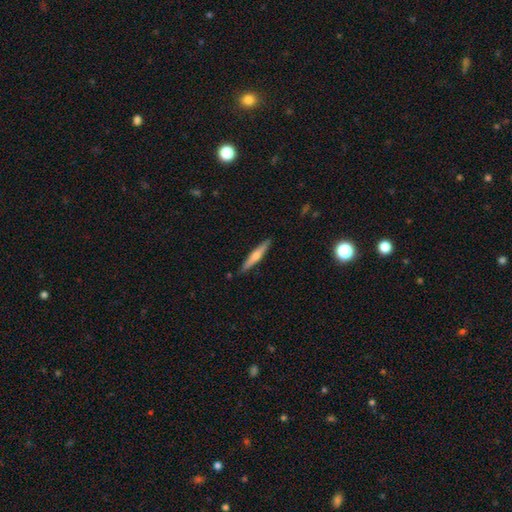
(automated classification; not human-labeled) smooth-or-featured: featured or disk: 50% | smooth: 44% | star or artifact: 6%
  disk-edge-on: yes: 96% | no: 4%
  merging: none: 90% | minor disturbance: 7% | major disturbance: 1% | merger: 1%